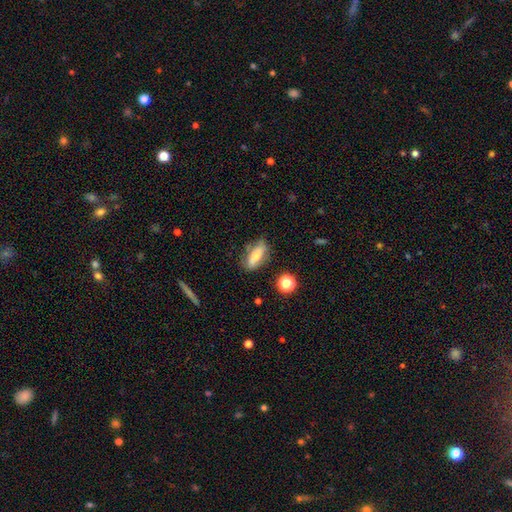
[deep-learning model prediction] Smooth or featured? Predicted: smooth (p=0.62). How rounded? Predicted: in between (p=0.70). Merging? Predicted: none (p=0.71).